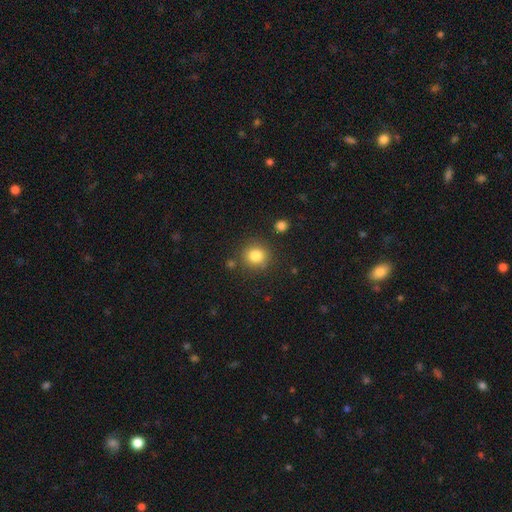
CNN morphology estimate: This appears to be a smooth galaxy with no disk features (83%) that is round (87%). Merging: none (82%).